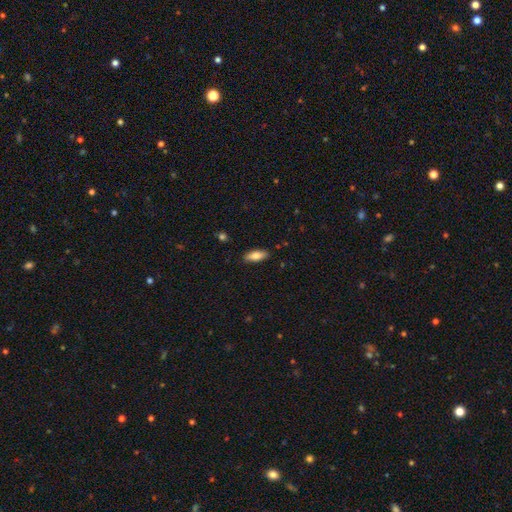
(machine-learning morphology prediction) A smooth galaxy with no disk features (78%) that is in between round and cigar-shaped (72%). Merging: none (87%).